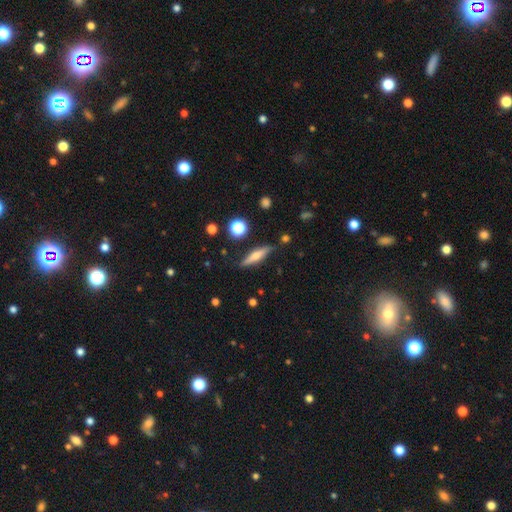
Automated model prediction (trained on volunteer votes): smooth-or-featured: smooth: 47% | featured or disk: 45% | star or artifact: 8%
  merging: none: 82% | minor disturbance: 12% | major disturbance: 3% | merger: 3%